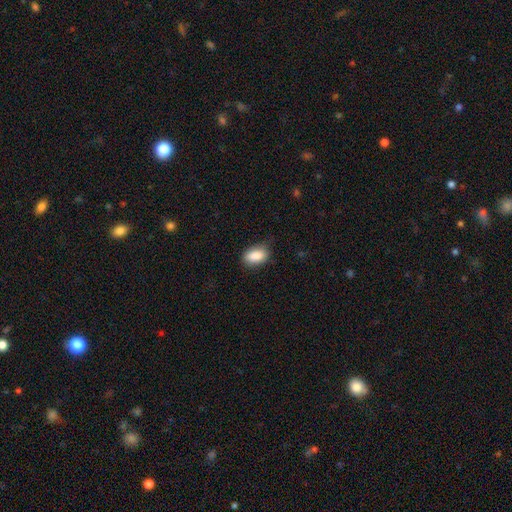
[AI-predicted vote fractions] This appears to be a smooth galaxy with no disk features (88%) that is in between round and cigar-shaped (91%). Merging: none (77%).